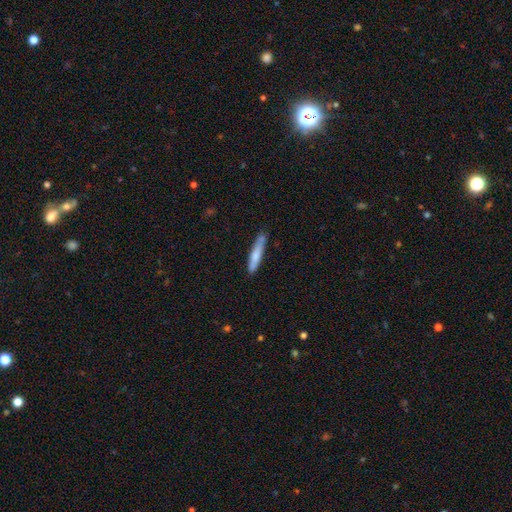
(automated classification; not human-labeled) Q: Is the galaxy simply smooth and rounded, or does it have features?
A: smooth — 70%.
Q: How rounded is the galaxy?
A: cigar-shaped — 90%.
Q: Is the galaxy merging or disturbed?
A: none — 76%.